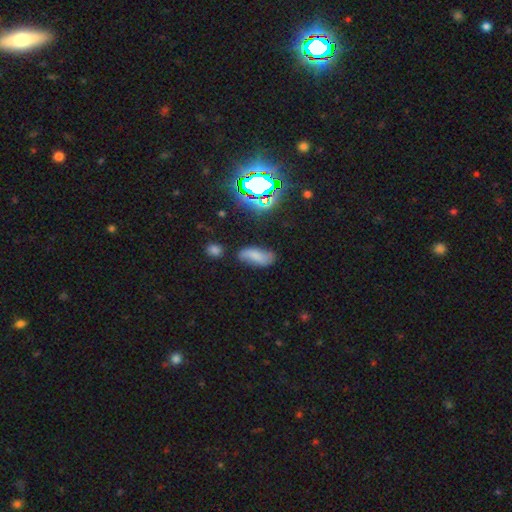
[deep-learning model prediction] A smooth galaxy with no disk features (57%) that is in between round and cigar-shaped (85%). Merging: none (60%).